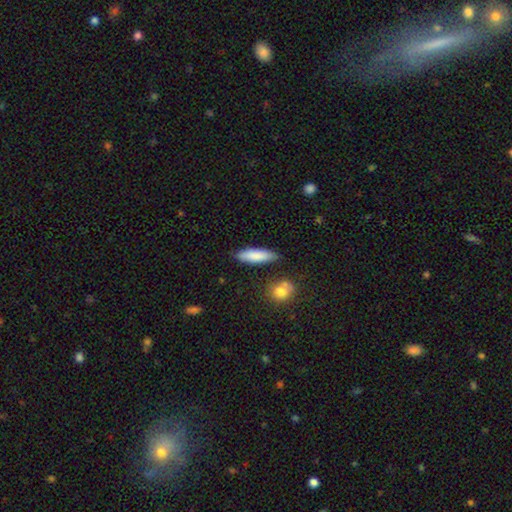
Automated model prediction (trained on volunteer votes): Smooth or featured? Predicted: smooth (p=0.83). How rounded? Predicted: cigar-shaped (p=0.56). Merging? Predicted: none (p=0.81).